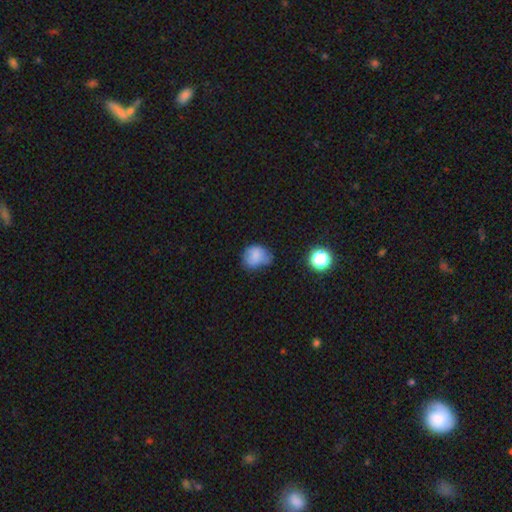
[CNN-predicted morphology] Q: Smooth or featured?
A: smooth (72%); runner-up: featured or disk (15%)
Q: How rounded?
A: round (53%); runner-up: in between (46%)
Q: Merging?
A: none (41%); runner-up: minor disturbance (38%)